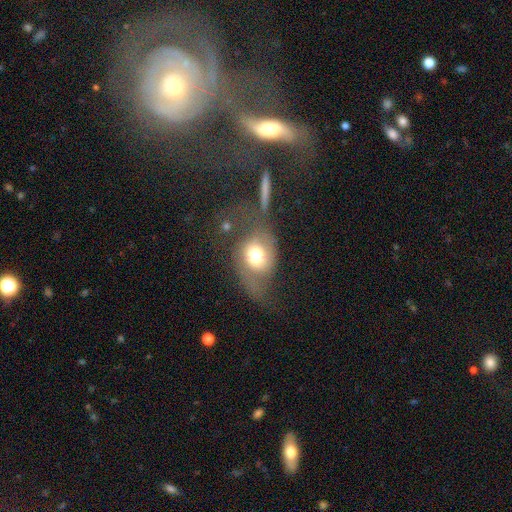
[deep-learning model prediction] Smooth or featured? Predicted: smooth (p=0.53). How rounded? Predicted: in between (p=0.52). Merging? Predicted: none (p=0.35).